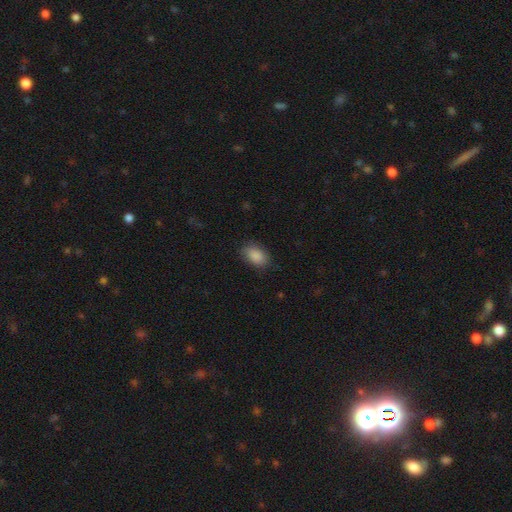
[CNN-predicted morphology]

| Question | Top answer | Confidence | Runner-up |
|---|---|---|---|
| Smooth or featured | smooth | 88% | star or artifact (8%) |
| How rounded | in between | 86% | round (12%) |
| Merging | none | 81% | minor disturbance (15%) |